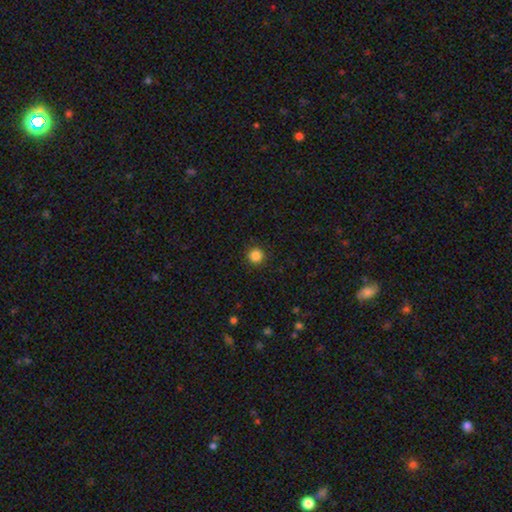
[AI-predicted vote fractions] Q: Smooth or featured?
A: smooth (85%); runner-up: star or artifact (11%)
Q: How rounded?
A: round (95%); runner-up: in between (4%)
Q: Merging?
A: none (92%); runner-up: minor disturbance (5%)